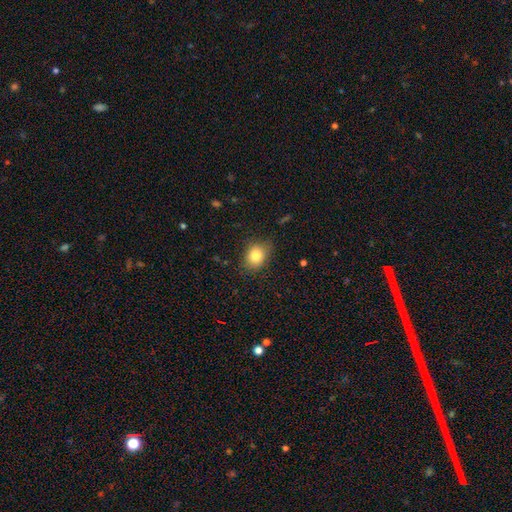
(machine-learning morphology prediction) The model was most divided on "how rounded": in between: 53%, round: 46%, cigar-shaped: 1%. More confident: smooth or featured — smooth (82%); merging — none (78%).